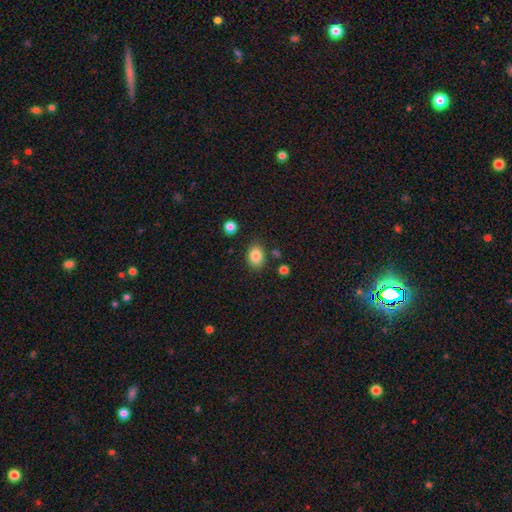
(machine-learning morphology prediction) type=smooth (85%); roundness=in between (70%); merging=none (81%).